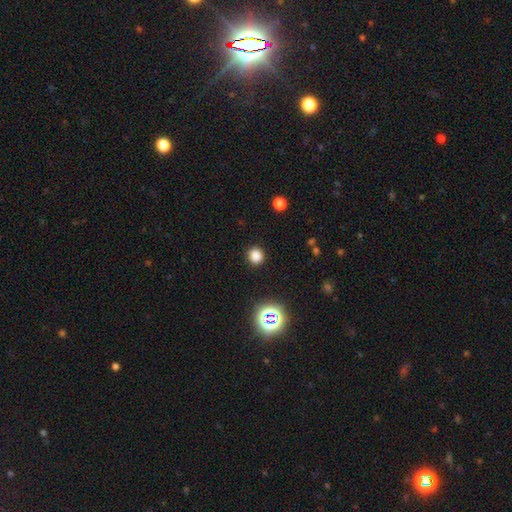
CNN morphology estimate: The model was most divided on "smooth or featured": smooth: 80%, star or artifact: 16%, featured or disk: 4%. More confident: merging — none (90%); how rounded — round (88%).